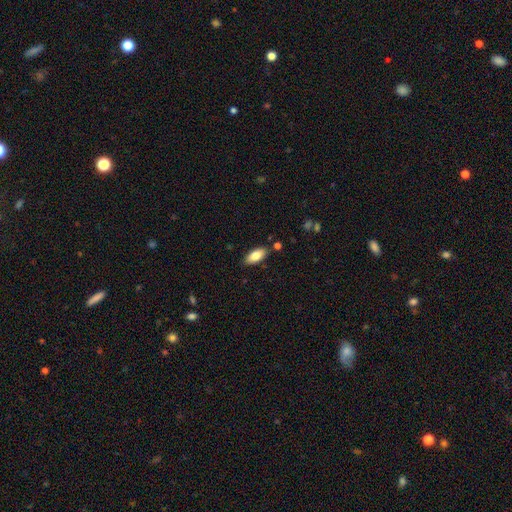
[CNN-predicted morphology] The model was most divided on "smooth or featured": smooth: 82%, featured or disk: 12%, star or artifact: 6%. More confident: how rounded — in between (87%); merging — none (85%).